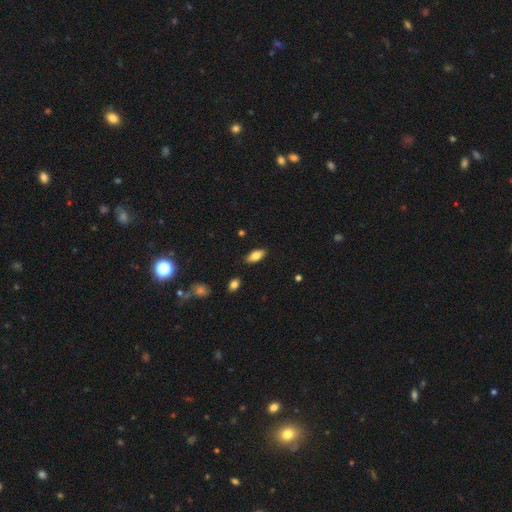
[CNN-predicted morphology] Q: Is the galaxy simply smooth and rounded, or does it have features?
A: smooth — 79%.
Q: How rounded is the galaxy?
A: in between — 88%.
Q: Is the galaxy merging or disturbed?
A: none — 86%.